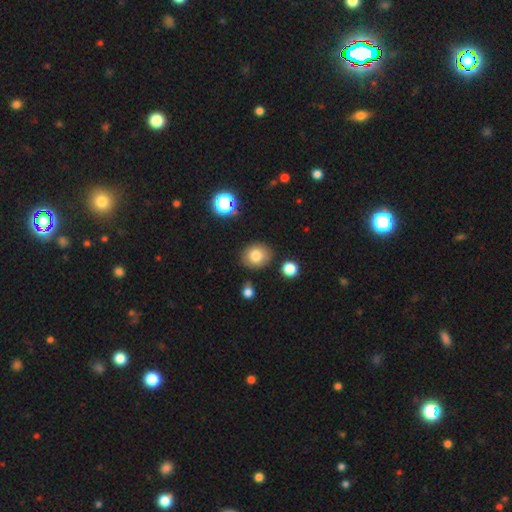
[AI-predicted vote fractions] A smooth galaxy with no disk features (80%) that is round (69%). Merging: none (84%).